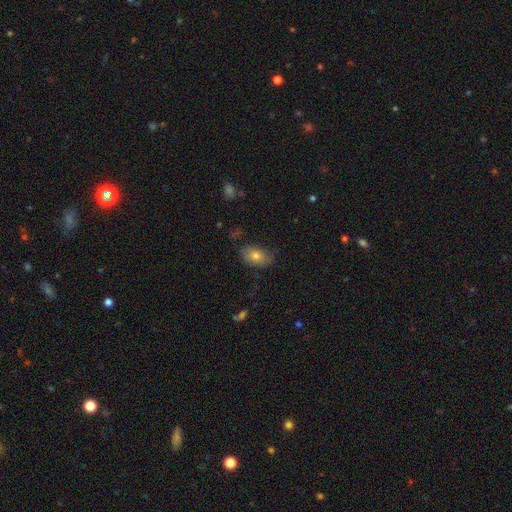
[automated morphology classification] A smooth galaxy with no disk features (74%) that is in between round and cigar-shaped (89%).

Vote fractions:
- Smooth or featured? smooth: 74% / featured or disk: 17% / star or artifact: 9%
- How rounded? in between: 89% / round: 9% / cigar-shaped: 2%
- Merging? none: 72% / minor disturbance: 21% / major disturbance: 4% / merger: 2%